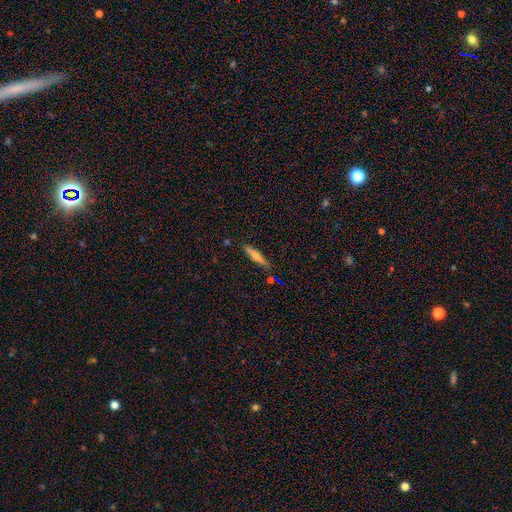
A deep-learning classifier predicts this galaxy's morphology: This appears to be a featured or disk galaxy (48%). Merging: none (83%).